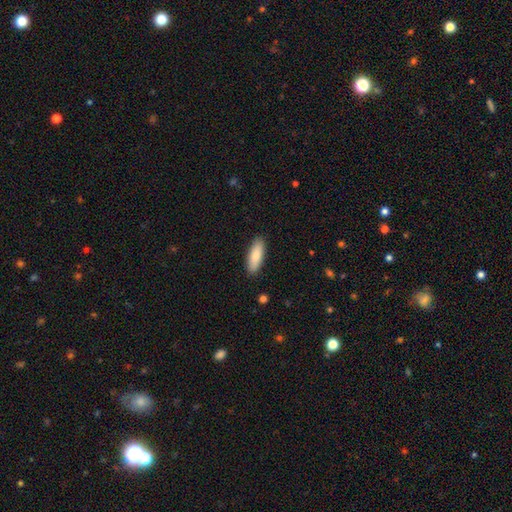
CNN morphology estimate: Overall: smooth (85%). How rounded: in between (60%; cigar-shaped 39%). Merging: none (89%).